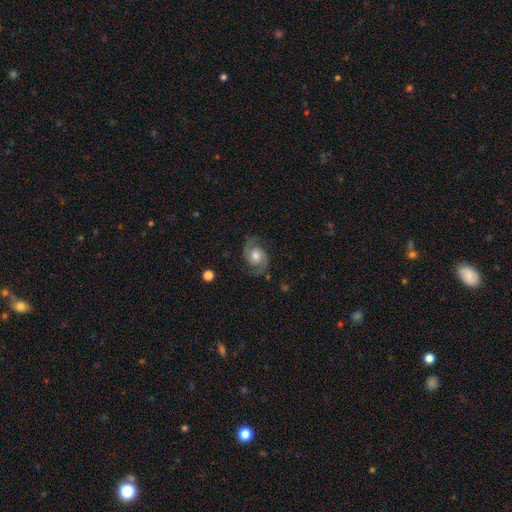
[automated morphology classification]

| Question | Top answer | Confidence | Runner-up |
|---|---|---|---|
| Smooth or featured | featured or disk | 84% | smooth (10%) |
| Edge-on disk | no | 98% | yes (2%) |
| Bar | no | 70% | weak (25%) |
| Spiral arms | yes | 96% | no (4%) |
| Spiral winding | medium | 55% | tight (26%) |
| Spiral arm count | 2 | 93% | can't tell (2%) |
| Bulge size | moderate | 66% | large (19%) |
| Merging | none | 79% | minor disturbance (14%) |